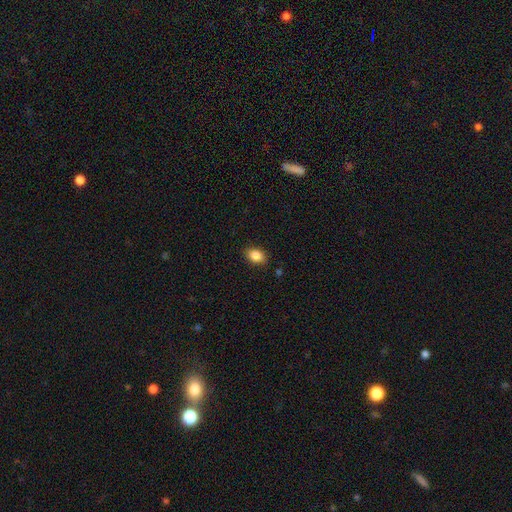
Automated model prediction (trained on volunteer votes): Q: Smooth or featured?
A: smooth (86%); runner-up: star or artifact (9%)
Q: How rounded?
A: in between (81%); runner-up: round (18%)
Q: Merging?
A: none (87%); runner-up: minor disturbance (9%)